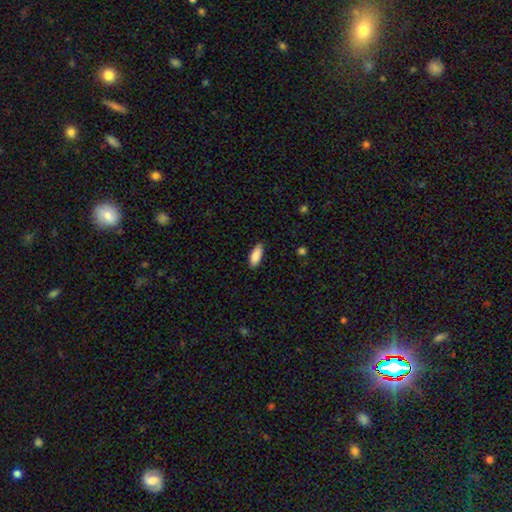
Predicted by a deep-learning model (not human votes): Morphology: type=smooth (88%); roundness=in between (75%); merging=none (86%).